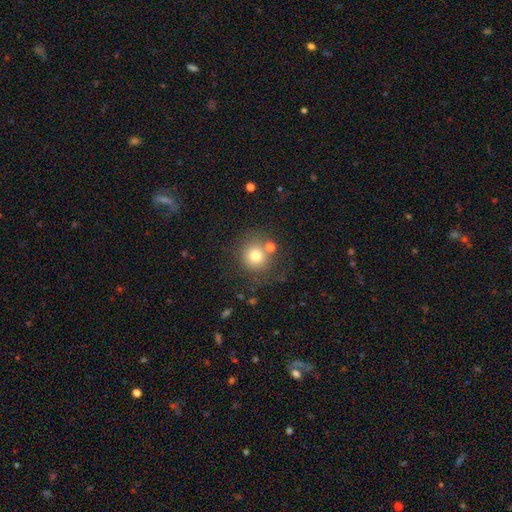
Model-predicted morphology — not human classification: This is likely a smooth galaxy (75%). How rounded: clearly round (91%). Merging: likely none (68%).